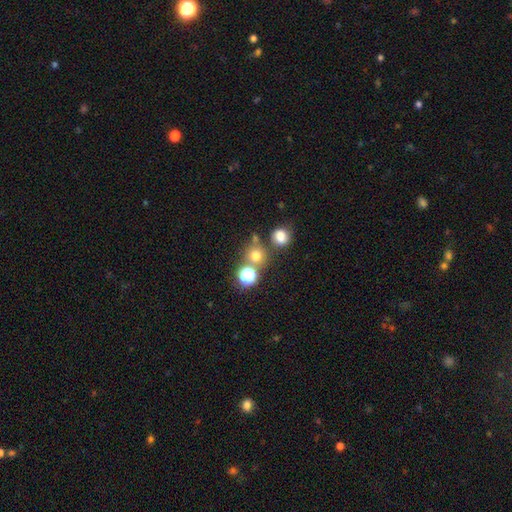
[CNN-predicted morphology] Smooth or featured? smooth (68%)
How rounded? round (87%)
Merging? none (65%)